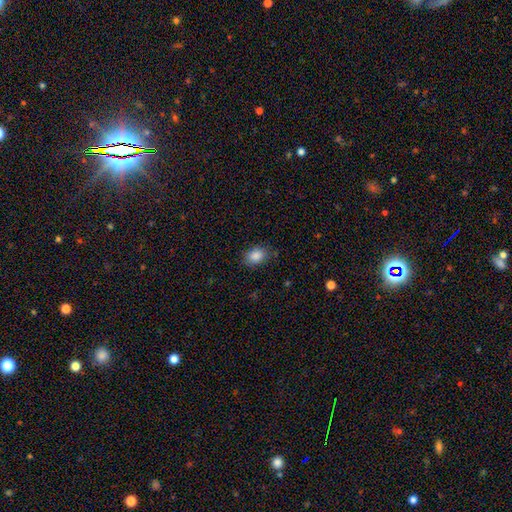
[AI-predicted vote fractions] Smooth or featured?
  - smooth: 86% *
  - star or artifact: 9%
  - featured or disk: 5%
How rounded?
  - in between: 71% *
  - round: 28%
  - cigar-shaped: 1%
Merging?
  - none: 81% *
  - minor disturbance: 14%
  - major disturbance: 3%
  - merger: 1%